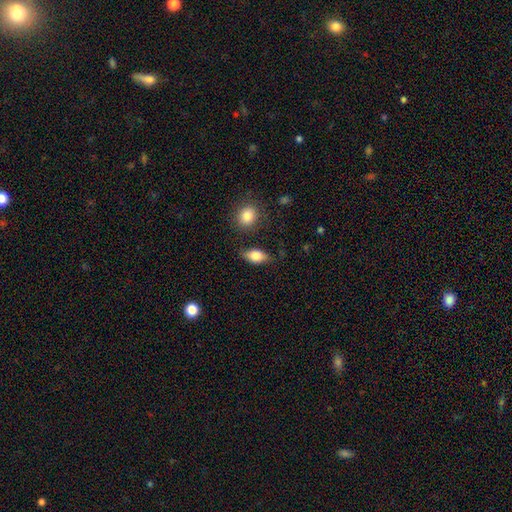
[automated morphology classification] Smooth or featured? Predicted: smooth (p=0.76). How rounded? Predicted: in between (p=0.85). Merging? Predicted: none (p=0.75).